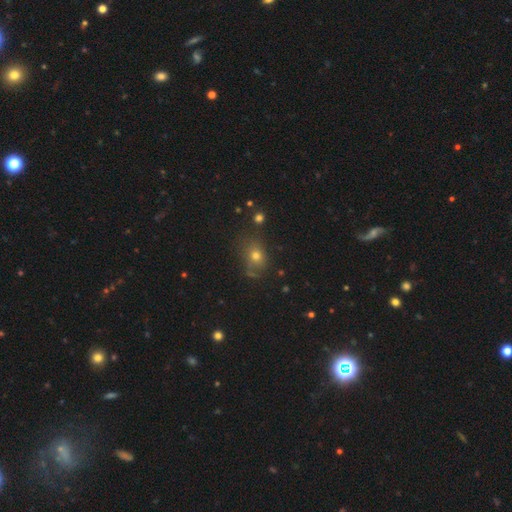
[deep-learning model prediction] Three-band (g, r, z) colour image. It shows a smooth galaxy with no disk features (67%) that is round (50%). Merging: none (67%).